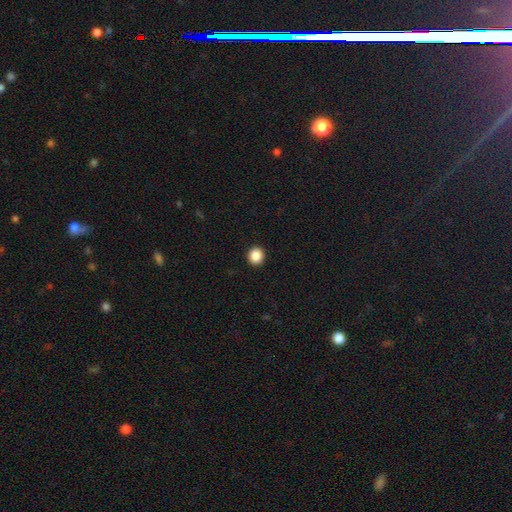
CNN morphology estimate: smooth_or_featured: smooth (p=0.88) [alt: star or artifact p=0.09]
how_rounded: round (p=0.85) [alt: in between p=0.14]
merging: none (p=0.93) [alt: minor disturbance p=0.05]